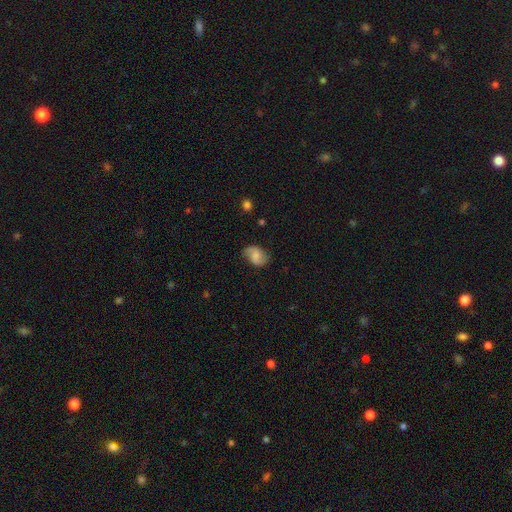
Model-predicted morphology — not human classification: A featured or disk galaxy (46%).

Vote fractions:
- Smooth or featured? featured or disk: 46% / smooth: 45% / star or artifact: 9%
- Merging? none: 69% / minor disturbance: 23% / major disturbance: 7% / merger: 2%